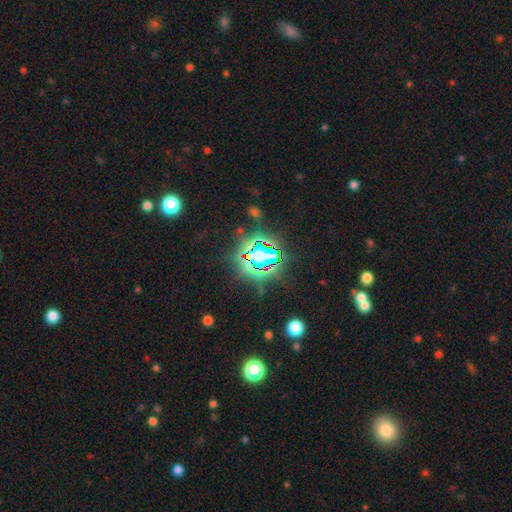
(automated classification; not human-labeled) Smooth or featured?
  - star or artifact: 70% *
  - smooth: 19%
  - featured or disk: 11%